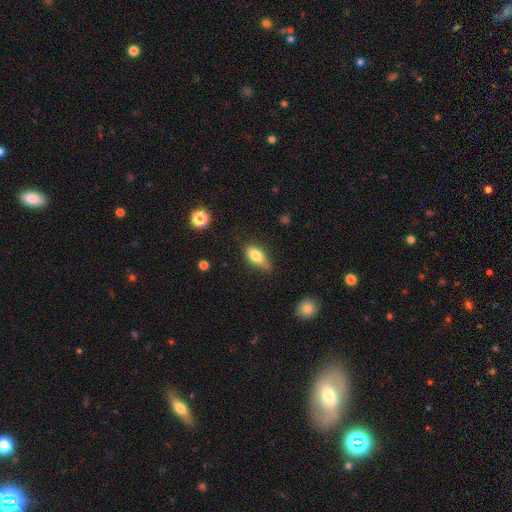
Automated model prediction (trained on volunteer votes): Smooth or featured? Predicted: smooth (p=0.77). How rounded? Predicted: in between (p=0.84). Merging? Predicted: none (p=0.60).